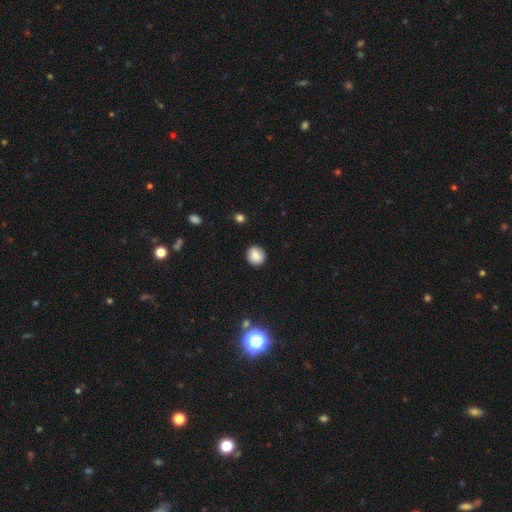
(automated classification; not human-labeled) A smooth galaxy with no disk features (83%) that is round (84%).

Vote fractions:
- Smooth or featured? smooth: 83% / star or artifact: 9% / featured or disk: 8%
- How rounded? round: 84% / in between: 15% / cigar-shaped: 1%
- Merging? none: 88% / minor disturbance: 9% / major disturbance: 2% / merger: 1%